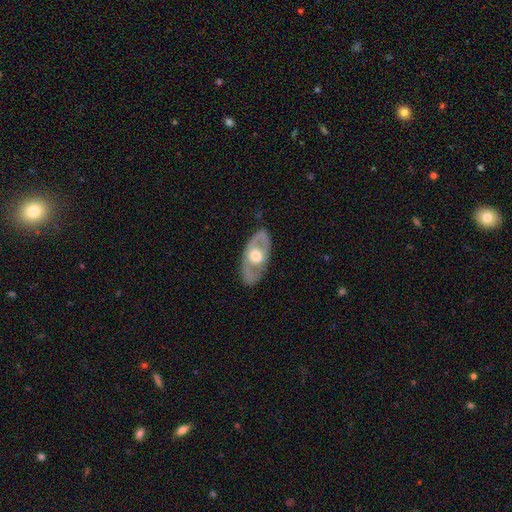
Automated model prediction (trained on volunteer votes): Morphology: type=featured or disk (65%); edge-on=no (83%); bar=no (79%); spiral arms=no (71%); bulge=moderate (57%); merging=none (83%).